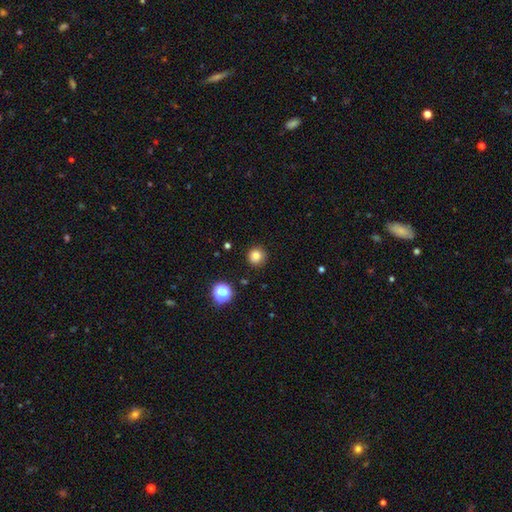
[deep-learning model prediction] A smooth galaxy with no disk features (82%) that is round (95%). Merging: none (89%).